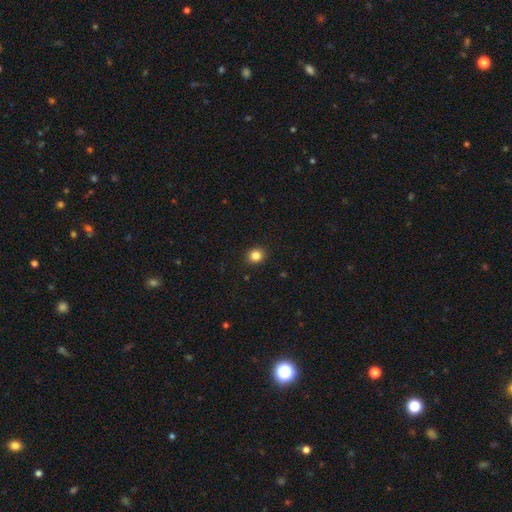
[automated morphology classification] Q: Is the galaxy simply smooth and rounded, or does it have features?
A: smooth — 84%.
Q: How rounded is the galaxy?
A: round — 81%.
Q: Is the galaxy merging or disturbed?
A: none — 92%.